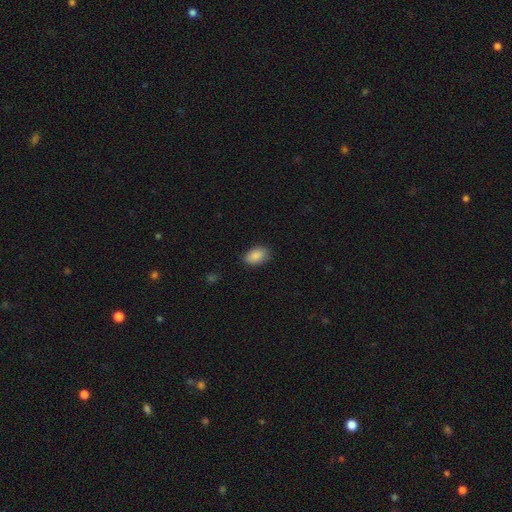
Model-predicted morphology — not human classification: A smooth galaxy with no disk features (89%) that is in between round and cigar-shaped (90%).

Vote fractions:
- Smooth or featured? smooth: 89% / star or artifact: 7% / featured or disk: 4%
- How rounded? in between: 90% / round: 9% / cigar-shaped: 1%
- Merging? none: 82% / minor disturbance: 14% / major disturbance: 3% / merger: 1%